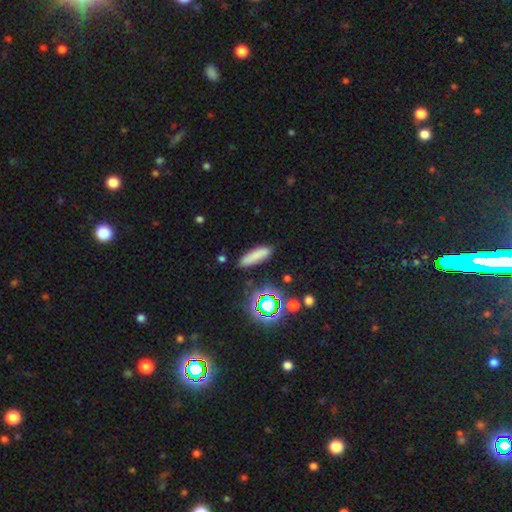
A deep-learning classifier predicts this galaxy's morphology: Overall: smooth (76%). How rounded: cigar-shaped (60%; in between 37%). Merging: none (81%).